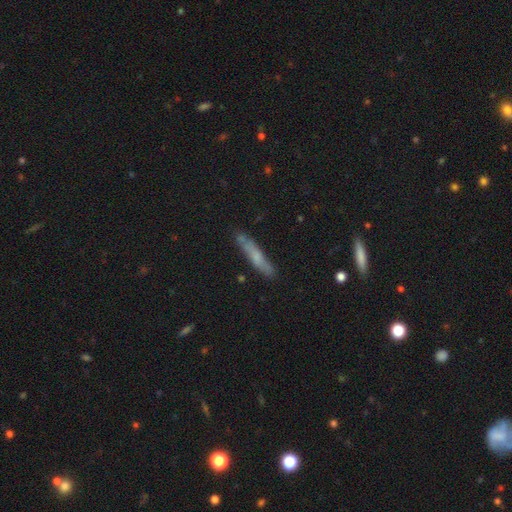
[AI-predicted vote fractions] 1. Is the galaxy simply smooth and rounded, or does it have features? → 55% smooth, 37% featured or disk, 8% star or artifact.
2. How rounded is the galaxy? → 91% cigar-shaped, 7% in between, 2% round.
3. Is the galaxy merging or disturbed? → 81% none, 14% minor disturbance, 3% major disturbance, 2% merger.